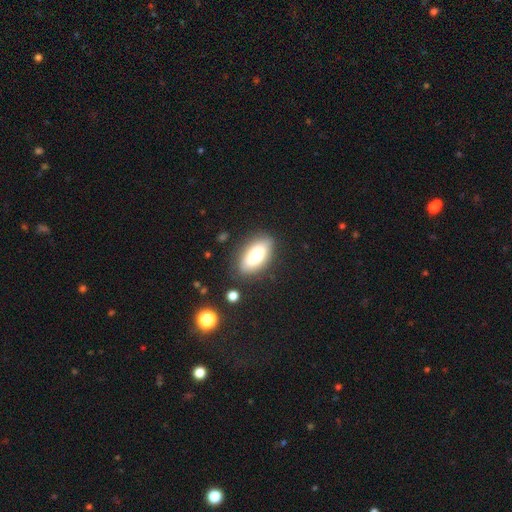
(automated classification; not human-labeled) Smooth or featured? smooth (76%)
How rounded? in between (87%)
Merging? none (82%)